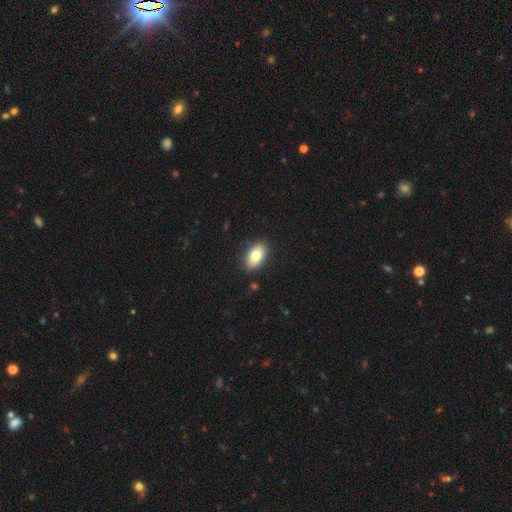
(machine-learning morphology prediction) A smooth galaxy with no disk features (79%) that is in between round and cigar-shaped (91%).

Vote fractions:
- Smooth or featured? smooth: 79% / featured or disk: 14% / star or artifact: 7%
- How rounded? in between: 91% / round: 5% / cigar-shaped: 4%
- Merging? none: 88% / minor disturbance: 8% / major disturbance: 2% / merger: 1%